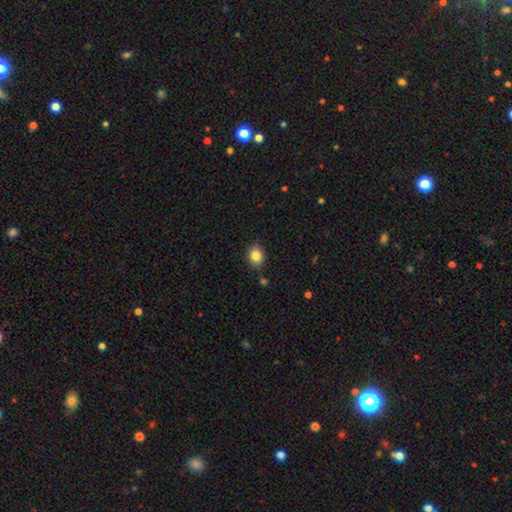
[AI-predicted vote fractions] Smooth or featured?
  - smooth: 85% *
  - star or artifact: 9%
  - featured or disk: 6%
How rounded?
  - round: 55% *
  - in between: 44%
  - cigar-shaped: 1%
Merging?
  - none: 82% *
  - minor disturbance: 12%
  - merger: 3%
  - major disturbance: 3%